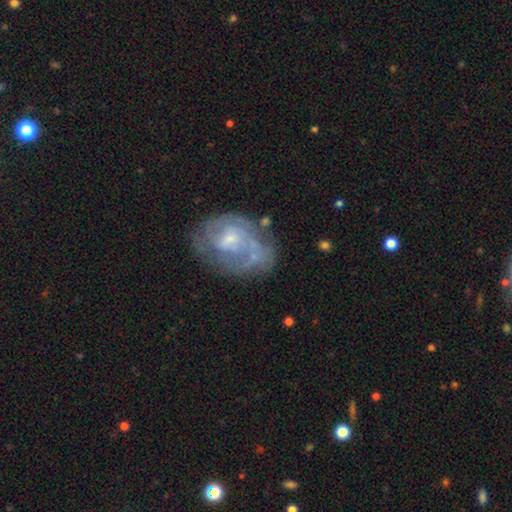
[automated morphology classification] This is likely a featured or disk galaxy (68%). It is clearly not viewed edge-on (98%). Bar: possibly no (54%). Spiral arm pattern: likely yes (67%). Central bulge: possibly small (57%). Merging: marginally none (43%).